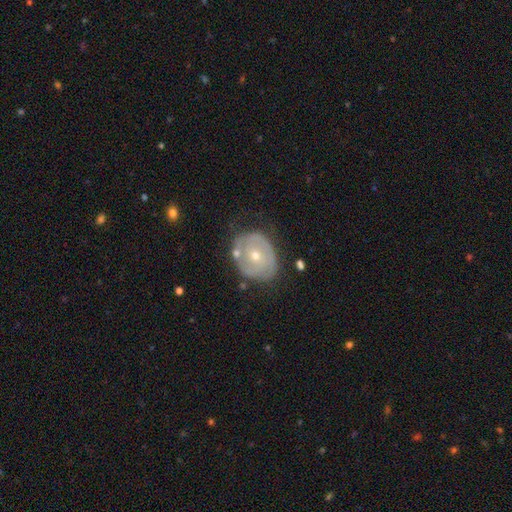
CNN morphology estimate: smooth_or_featured: featured or disk (p=0.65) [alt: smooth p=0.28]
disk_edge_on: no (p=0.96) [alt: yes p=0.04]
bar: no (p=0.80) [alt: weak p=0.15]
has_spiral_arms: yes (p=0.52) [alt: no p=0.48]
bulge_size: small (p=0.49) [alt: moderate p=0.48]
merging: none (p=0.65) [alt: minor disturbance p=0.22]